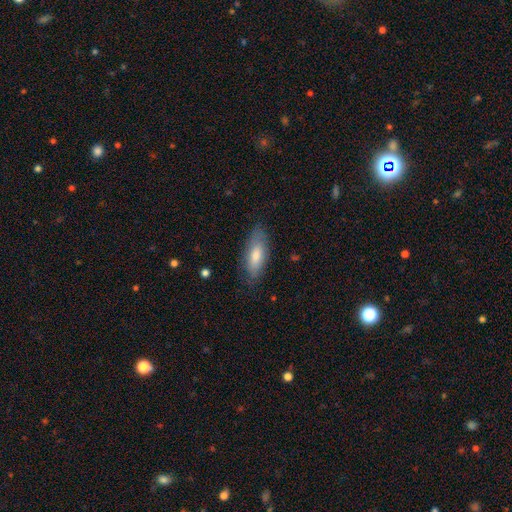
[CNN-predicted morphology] This appears to be a smooth galaxy with no disk features (74%) that is in between round and cigar-shaped (71%). Merging: none (79%).